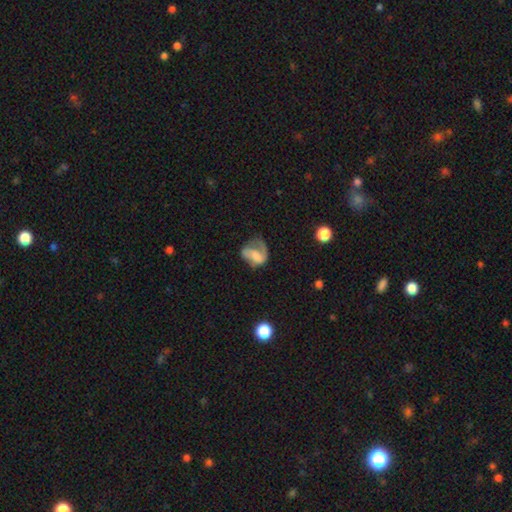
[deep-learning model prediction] Smooth or featured: featured or disk — 46% (smooth — 44%)
Merging: major disturbance — 42% (none — 30%)